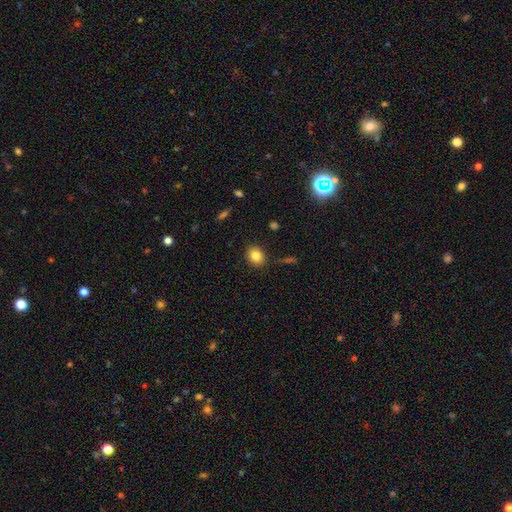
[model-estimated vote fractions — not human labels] Smooth or featured? smooth (83%)
How rounded? round (60%)
Merging? none (87%)